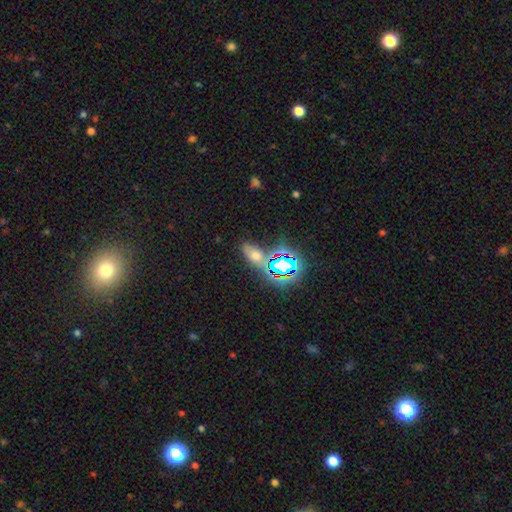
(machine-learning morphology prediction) A smooth galaxy with no disk features (46%).

Vote fractions:
- Smooth or featured? smooth: 46% / star or artifact: 40% / featured or disk: 13%
- Merging? none: 68% / minor disturbance: 14% / merger: 11% / major disturbance: 7%